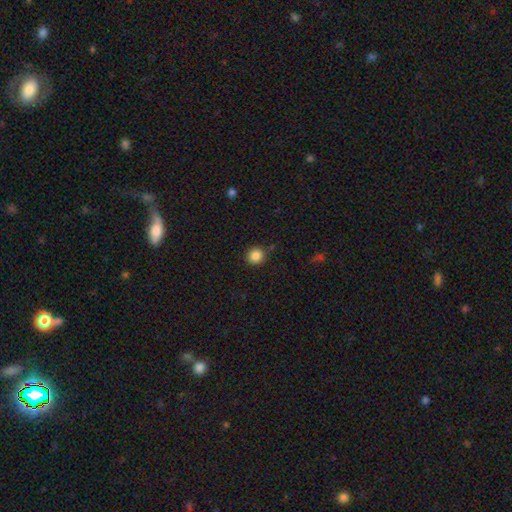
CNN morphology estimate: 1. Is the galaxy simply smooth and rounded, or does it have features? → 86% smooth, 10% star or artifact, 4% featured or disk.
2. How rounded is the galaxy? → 93% round, 6% in between, 1% cigar-shaped.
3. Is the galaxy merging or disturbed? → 87% none, 8% minor disturbance, 2% major disturbance, 2% merger.